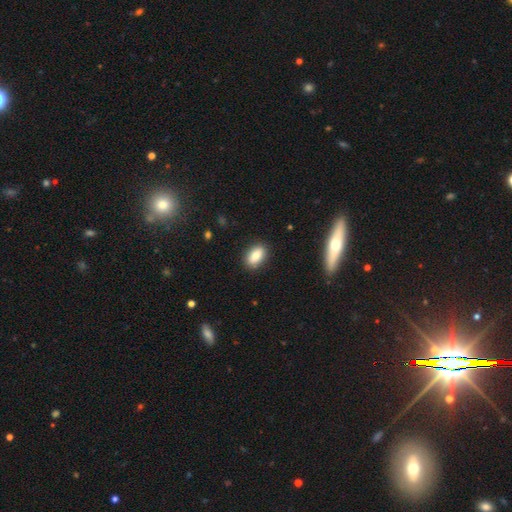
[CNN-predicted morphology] Smooth or featured?
  - smooth: 85% *
  - star or artifact: 8%
  - featured or disk: 7%
How rounded?
  - in between: 90% *
  - round: 6%
  - cigar-shaped: 4%
Merging?
  - none: 88% *
  - minor disturbance: 9%
  - major disturbance: 2%
  - merger: 1%